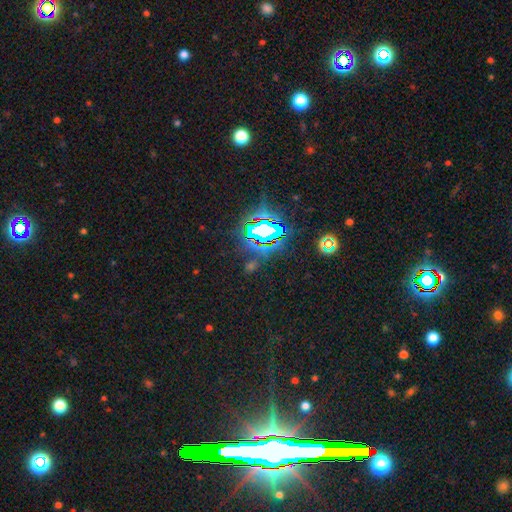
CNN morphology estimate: type=star or artifact (83%).